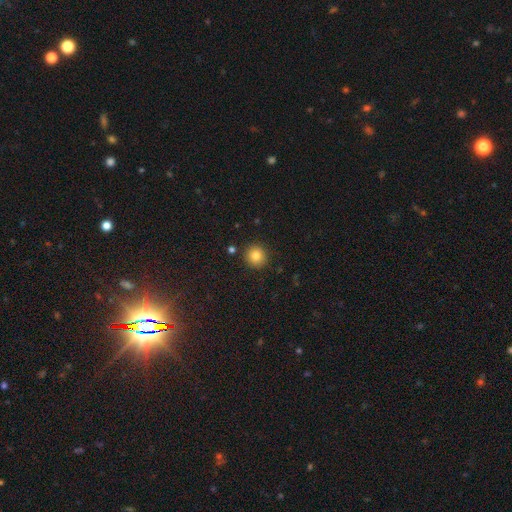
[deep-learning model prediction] Smooth or featured?
  - smooth: 82% *
  - star or artifact: 11%
  - featured or disk: 7%
How rounded?
  - round: 94% *
  - in between: 5%
  - cigar-shaped: 1%
Merging?
  - none: 90% *
  - minor disturbance: 6%
  - merger: 2%
  - major disturbance: 2%